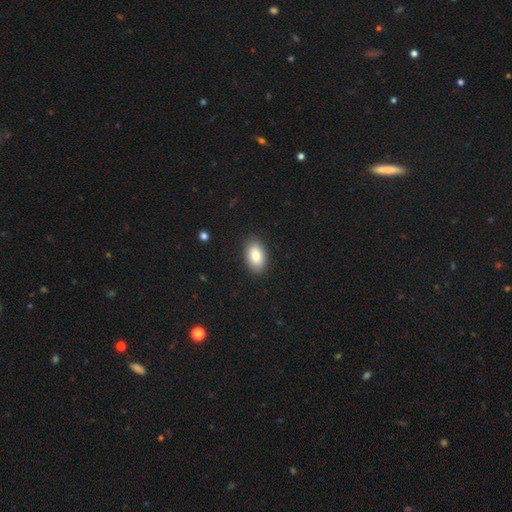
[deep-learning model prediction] Overall: smooth (88%). How rounded: in between (93%). Merging: none (88%).